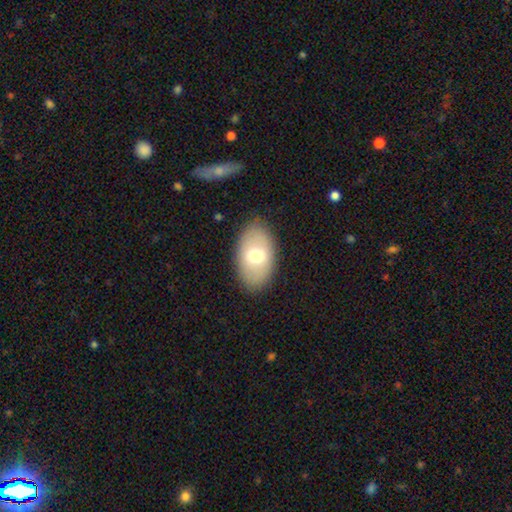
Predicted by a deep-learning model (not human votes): The model was most divided on "smooth or featured": smooth: 67%, featured or disk: 26%, star or artifact: 7%. More confident: how rounded — in between (90%); merging — none (85%).